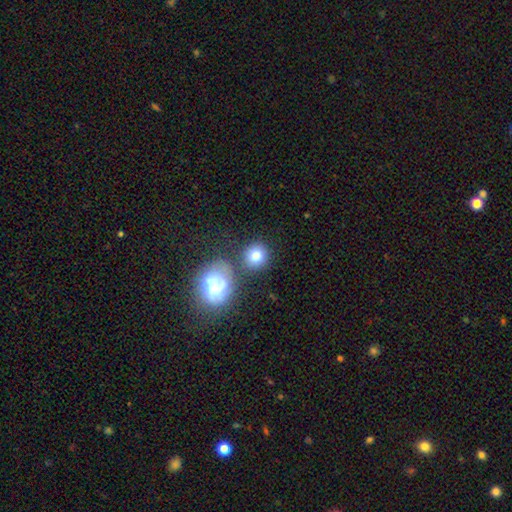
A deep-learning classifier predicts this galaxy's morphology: Overall: smooth (81%). How rounded: round (84%). Merging: none (65%).